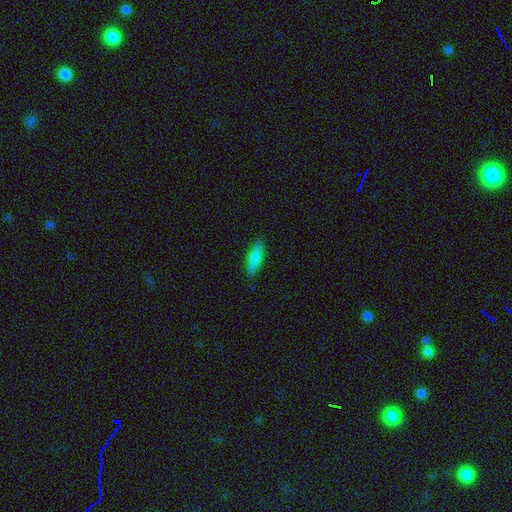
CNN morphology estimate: The model was most divided on "how rounded": cigar-shaped: 53%, in between: 45%, round: 2%. More confident: merging — none (87%); smooth or featured — smooth (83%).